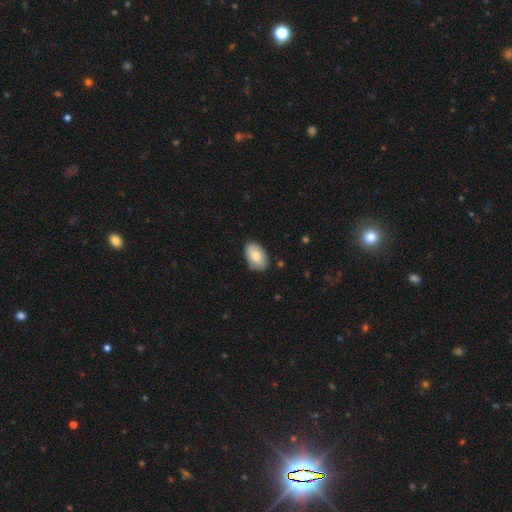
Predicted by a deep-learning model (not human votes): smooth 79%, featured or disk 15%, star or artifact 6%. Down the decision tree: how rounded — in between (92%); merging — none (83%).